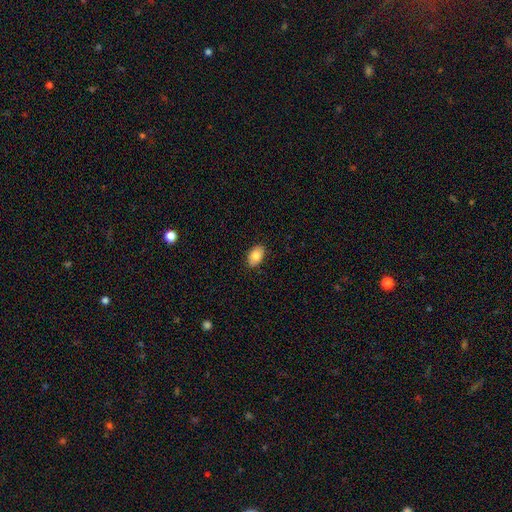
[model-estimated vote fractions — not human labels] smooth-or-featured: smooth: 83% | featured or disk: 9% | star or artifact: 7%
  how-rounded: in between: 90% | round: 9% | cigar-shaped: 1%
  merging: none: 88% | minor disturbance: 9% | major disturbance: 2% | merger: 1%